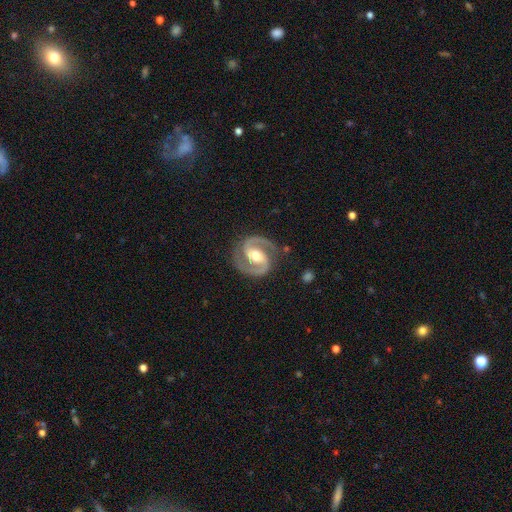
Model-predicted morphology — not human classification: Overall: featured or disk (93%). Edge-on disk: no (98%). Bar: weak (39%; strong 38%). Spiral arms: yes (98%). Spiral arm count: 2 (94%). Spiral winding: medium (58%; tight 34%). Bulge size: moderate (74%). Merging: none (85%).